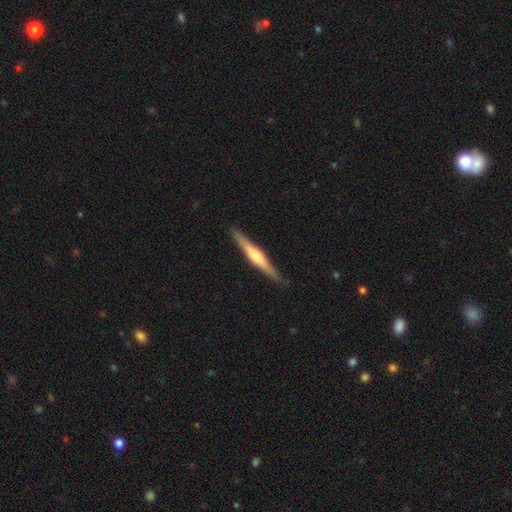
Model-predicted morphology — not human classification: The model was most divided on "smooth or featured": featured or disk: 65%, smooth: 30%, star or artifact: 5%. More confident: edge-on disk — yes (98%); merging — none (90%); edge-on bulge — rounded (69%).